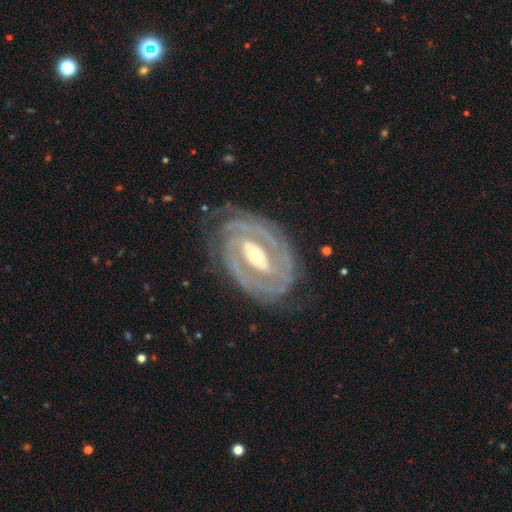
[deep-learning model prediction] Overall: featured or disk (90%). Edge-on disk: no (95%). Bar: strong (59%; weak 30%). Spiral arms: yes (95%). Spiral arm count: 2 (53%; can't tell 17%). Spiral winding: tight (76%). Bulge size: moderate (58%; small 36%). Merging: none (74%).